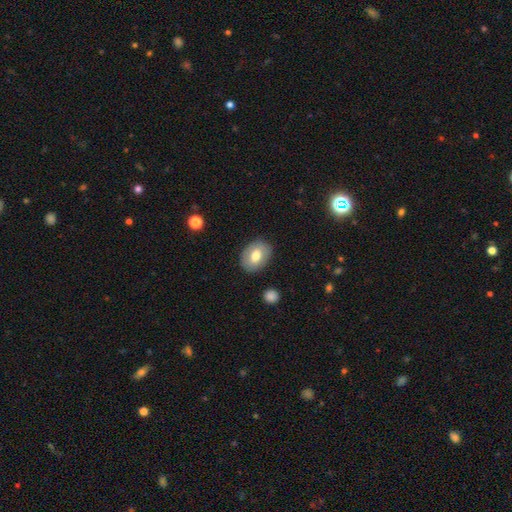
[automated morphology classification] smooth_or_featured: smooth (p=0.71) [alt: featured or disk p=0.22]
how_rounded: in between (p=0.73) [alt: round p=0.26]
merging: none (p=0.84) [alt: minor disturbance p=0.11]